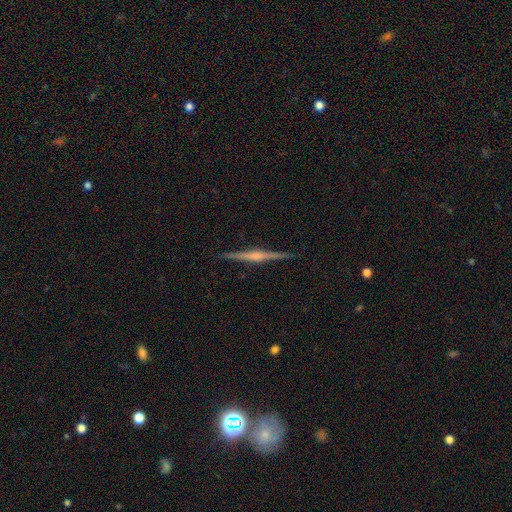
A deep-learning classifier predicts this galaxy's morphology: Smooth or featured? Predicted: featured or disk (p=0.81). Edge-on disk? Predicted: yes (p=0.99). Edge-on bulge? Predicted: rounded (p=0.67). Merging? Predicted: none (p=0.92).